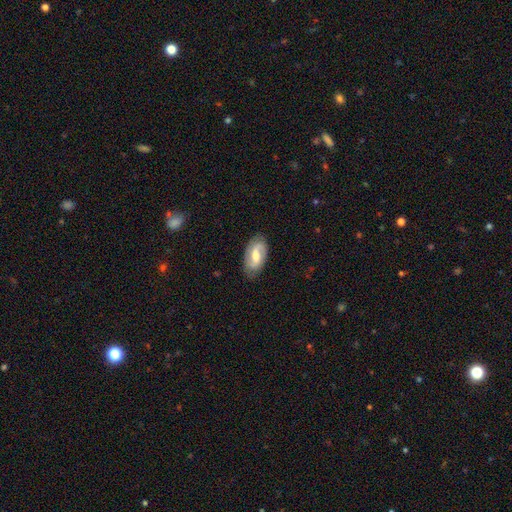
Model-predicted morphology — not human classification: A featured or disk galaxy (65%) with a weak bar (51%), 2 (83%) medium (41%) spiral arms (83%) and a moderate central bulge (68%). Merging: none (82%).